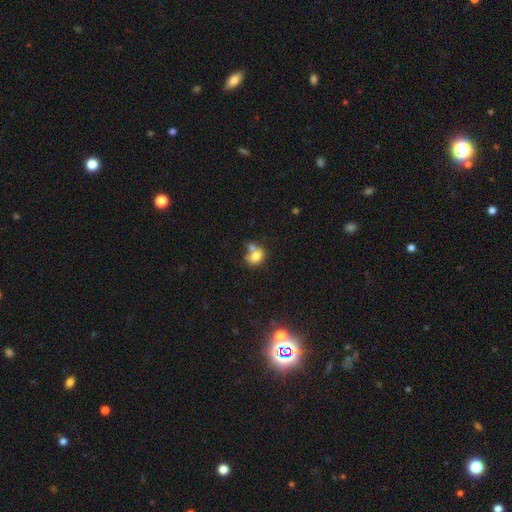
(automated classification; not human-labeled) Smooth or featured: smooth — 76% (featured or disk — 14%)
How rounded: in between — 50% (round — 49%)
Merging: none — 41% (merger — 37%)